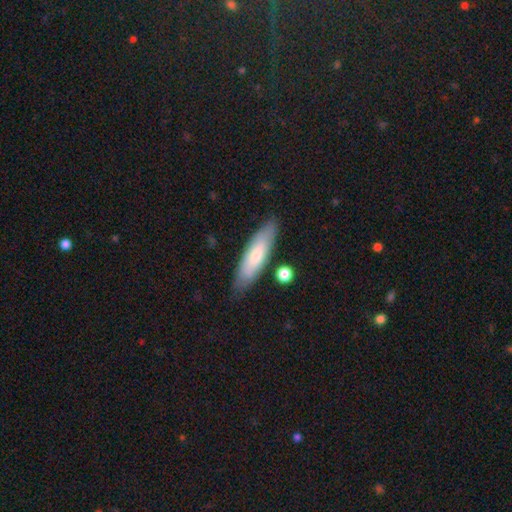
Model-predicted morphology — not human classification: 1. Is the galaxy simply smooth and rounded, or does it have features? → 68% smooth, 26% featured or disk, 6% star or artifact.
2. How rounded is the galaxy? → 64% cigar-shaped, 35% in between, 2% round.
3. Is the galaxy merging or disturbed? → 82% none, 12% minor disturbance, 3% merger, 2% major disturbance.